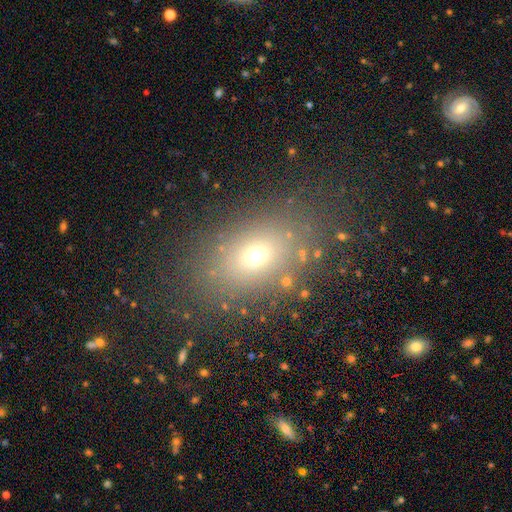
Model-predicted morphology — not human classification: Smooth or featured? smooth (65%)
How rounded? in between (69%)
Merging? none (80%)